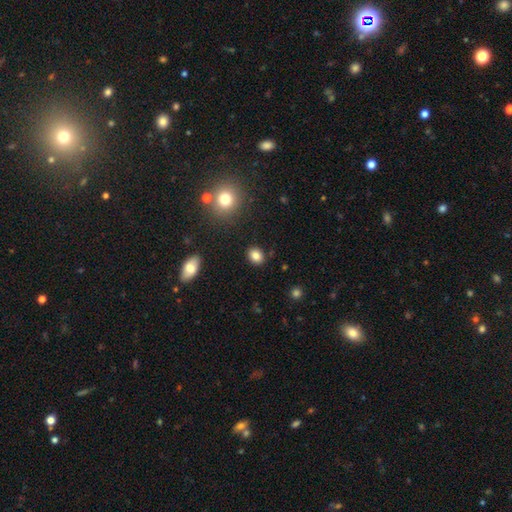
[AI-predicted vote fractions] Smooth or featured: smooth — 84% (star or artifact — 11%)
How rounded: round — 55% (in between — 44%)
Merging: none — 89% (minor disturbance — 7%)